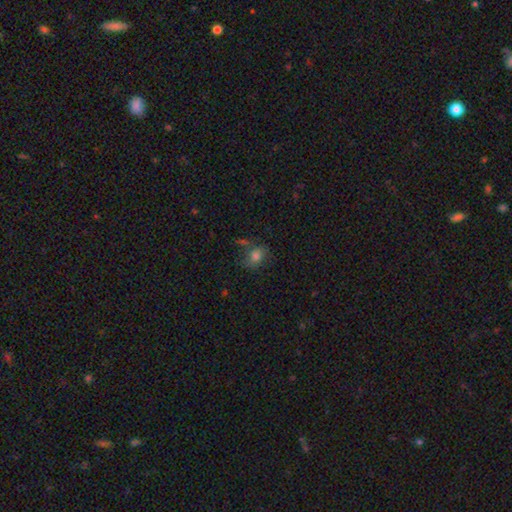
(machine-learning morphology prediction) smooth 67%, featured or disk 18%, star or artifact 15%. Down the decision tree: how rounded — in between (58%); merging — none (52%).